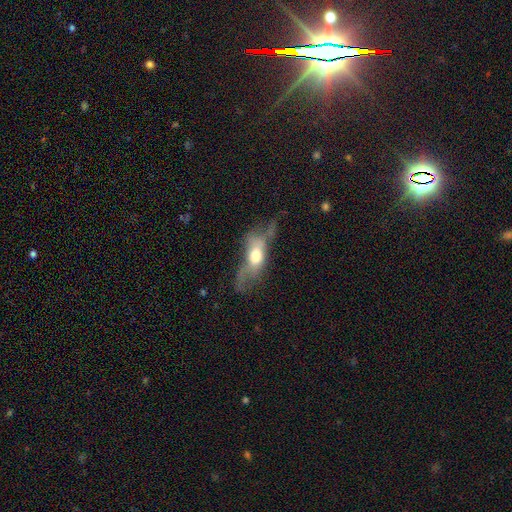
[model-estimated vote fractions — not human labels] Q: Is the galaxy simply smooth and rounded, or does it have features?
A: smooth — 48%.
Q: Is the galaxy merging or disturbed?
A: major disturbance — 49%.